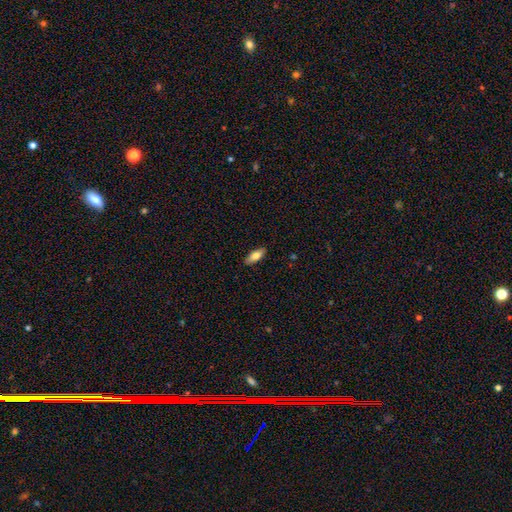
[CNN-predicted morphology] smooth_or_featured: smooth (p=0.78) [alt: featured or disk p=0.16]
how_rounded: in between (p=0.78) [alt: cigar-shaped p=0.19]
merging: none (p=0.88) [alt: minor disturbance p=0.10]